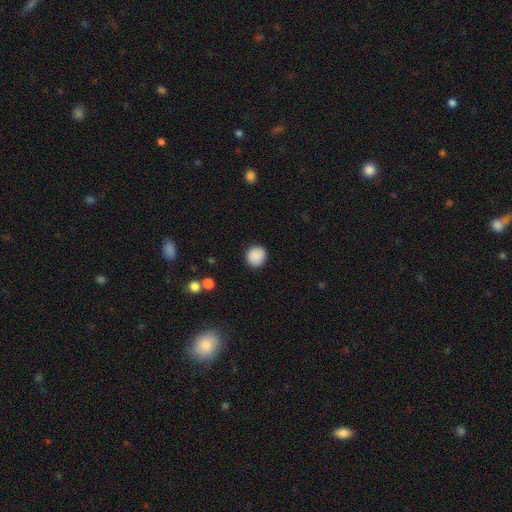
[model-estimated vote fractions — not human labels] The model was most divided on "smooth or featured": smooth: 89%, star or artifact: 8%, featured or disk: 3%. More confident: how rounded — round (90%); merging — none (90%).